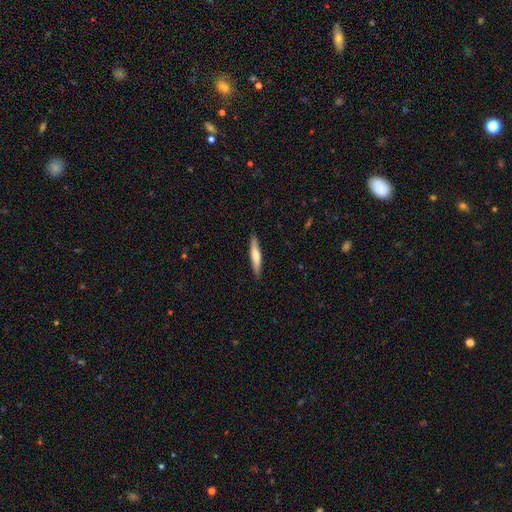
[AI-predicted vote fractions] Smooth or featured? smooth (61%)
How rounded? cigar-shaped (89%)
Merging? none (89%)